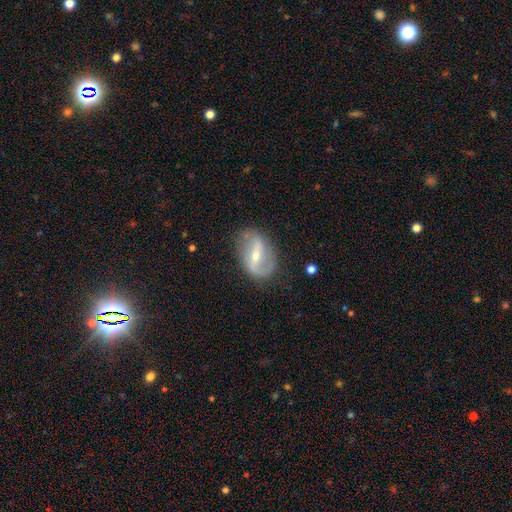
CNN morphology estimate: The model was most divided on "bulge size": small: 51%, moderate: 44%, large: 2%, none: 2%, dominant: 1%. More confident: edge-on disk — no (94%); spiral arm count — 2 (83%); spiral arms — yes (80%); smooth or featured — featured or disk (79%); merging — none (75%); bar — strong (57%); spiral winding — loose (54%).